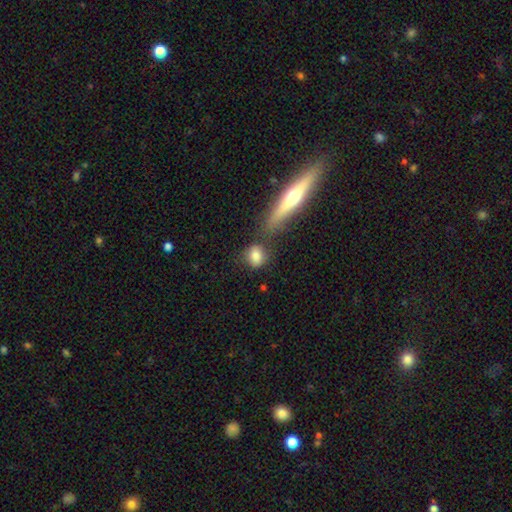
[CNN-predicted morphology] smooth 77%, featured or disk 14%, star or artifact 9%. Down the decision tree: how rounded — round (60%); merging — none (65%).